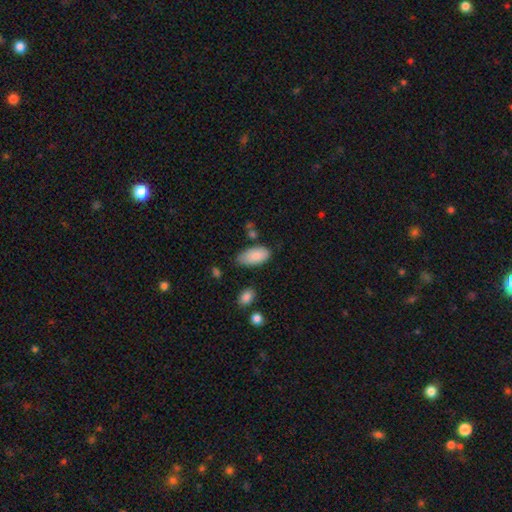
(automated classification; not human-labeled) A smooth galaxy with no disk features (85%) that is in between round and cigar-shaped (93%). Merging: none (64%).